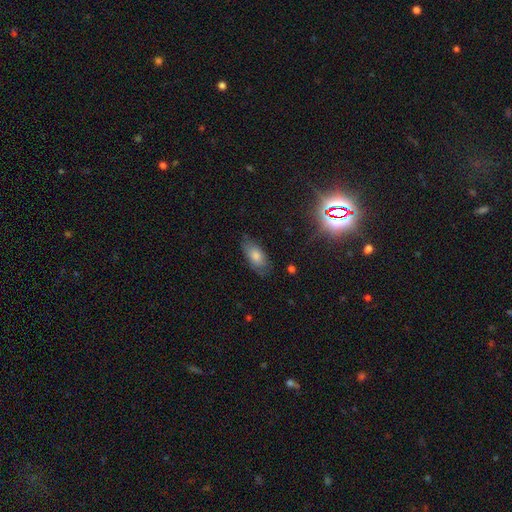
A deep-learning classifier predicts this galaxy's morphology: This appears to be a smooth galaxy with no disk features (75%) that is in between round and cigar-shaped (89%). Merging: none (70%).